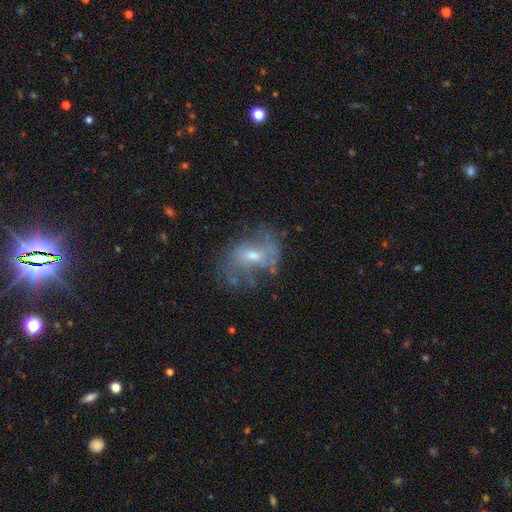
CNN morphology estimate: Smooth or featured? featured or disk (62%)
Edge-on disk? no (95%)
Bar? no (47%)
Spiral arms? yes (62%)
Bulge size? moderate (51%)
Merging? none (55%)